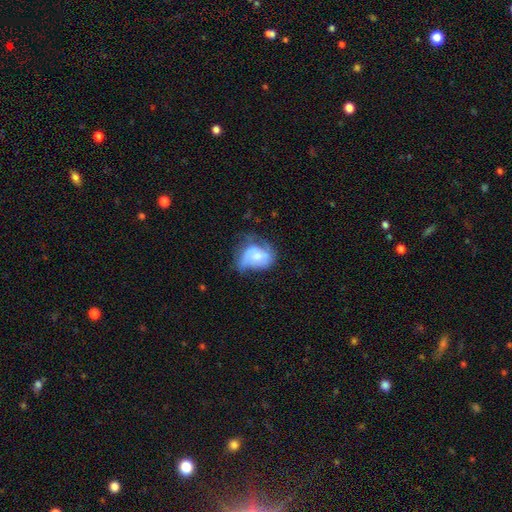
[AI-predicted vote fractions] The model was most divided on "merging": none: 35%, minor disturbance: 33%, major disturbance: 28%, merger: 4%. Remaining: edge-on disk — no (97%); spiral arms — yes (73%); bar — no (71%); smooth or featured — featured or disk (53%); bulge size — small (44%).